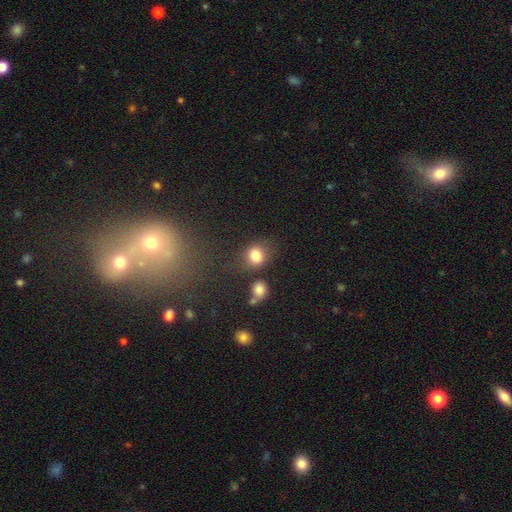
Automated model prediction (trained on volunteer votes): smooth-or-featured: smooth: 80% | star or artifact: 12% | featured or disk: 8%
  how-rounded: round: 61% | in between: 38% | cigar-shaped: 1%
  merging: none: 64% | minor disturbance: 16% | merger: 13% | major disturbance: 7%